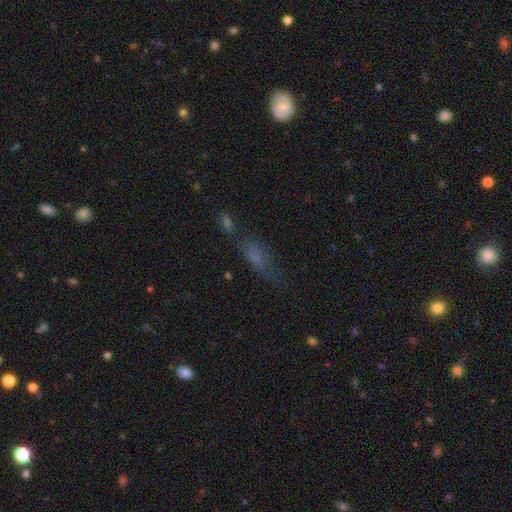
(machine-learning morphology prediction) smooth 52%, star or artifact 26%, featured or disk 22%. Down the decision tree: how rounded — cigar-shaped (47%); merging — none (55%).